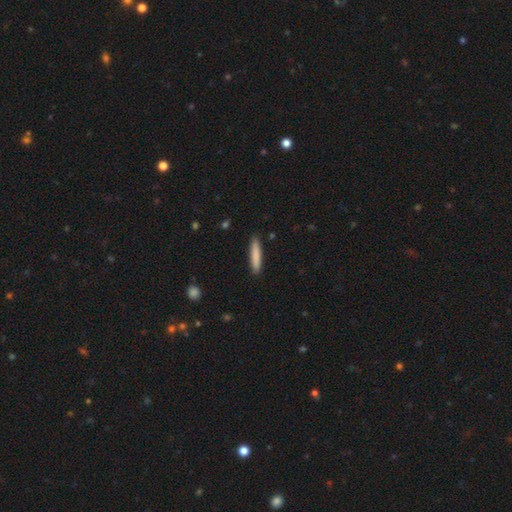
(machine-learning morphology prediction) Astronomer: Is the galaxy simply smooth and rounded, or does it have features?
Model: smooth — 83%.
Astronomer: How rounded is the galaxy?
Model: cigar-shaped — 91%.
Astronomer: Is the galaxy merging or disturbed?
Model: none — 89%.